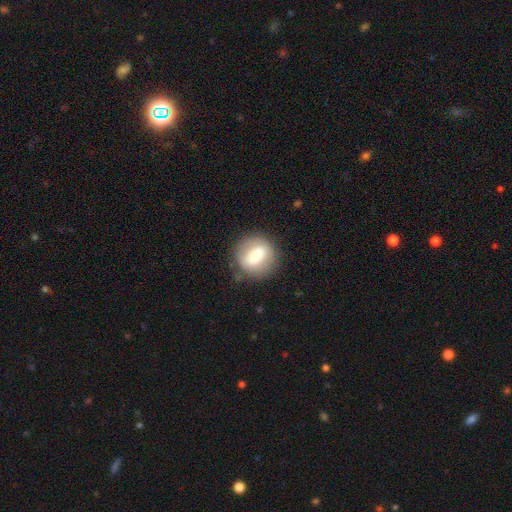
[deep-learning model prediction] Smooth or featured? Predicted: smooth (p=0.61). How rounded? Predicted: round (p=0.86). Merging? Predicted: none (p=0.78).